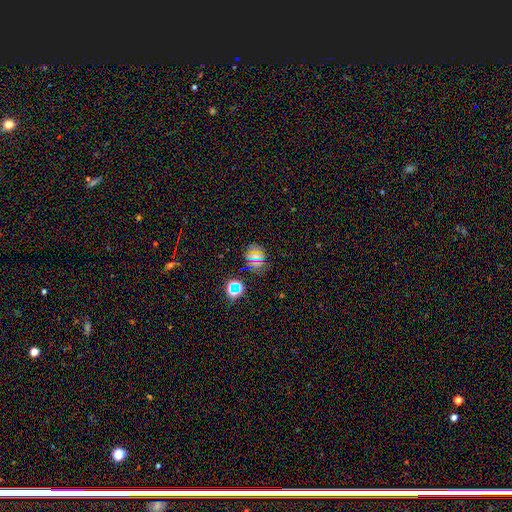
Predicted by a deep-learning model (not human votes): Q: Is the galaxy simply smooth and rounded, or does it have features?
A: star or artifact — 48%.